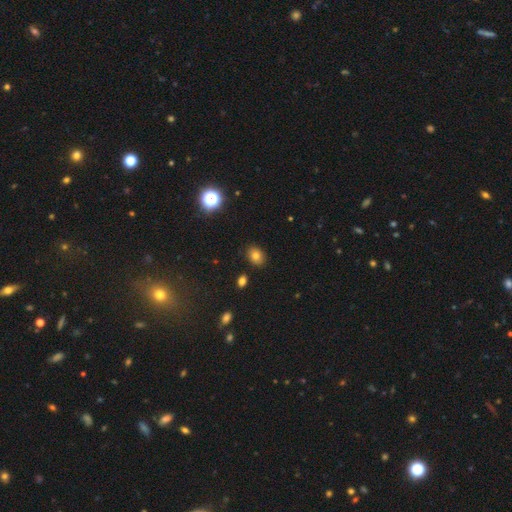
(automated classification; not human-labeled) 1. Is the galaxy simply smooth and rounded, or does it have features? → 75% smooth, 16% star or artifact, 9% featured or disk.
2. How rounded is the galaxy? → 60% in between, 39% round, 1% cigar-shaped.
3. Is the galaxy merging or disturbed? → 87% none, 9% minor disturbance, 2% major disturbance, 2% merger.